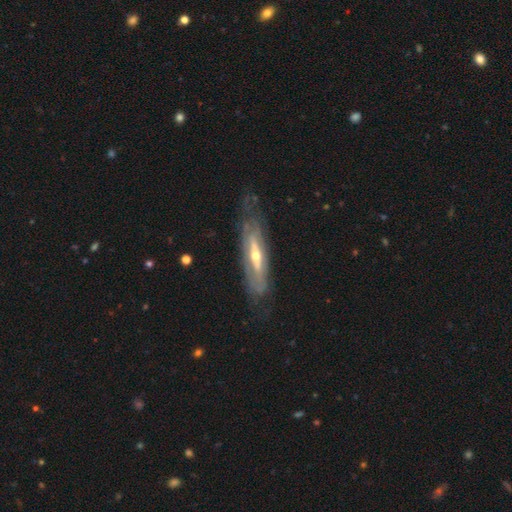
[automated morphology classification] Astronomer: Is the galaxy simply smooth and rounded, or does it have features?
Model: featured or disk — 79%.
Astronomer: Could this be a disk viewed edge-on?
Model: no — 59% (runner-up: yes, 41%).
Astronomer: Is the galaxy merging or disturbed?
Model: none — 66%.